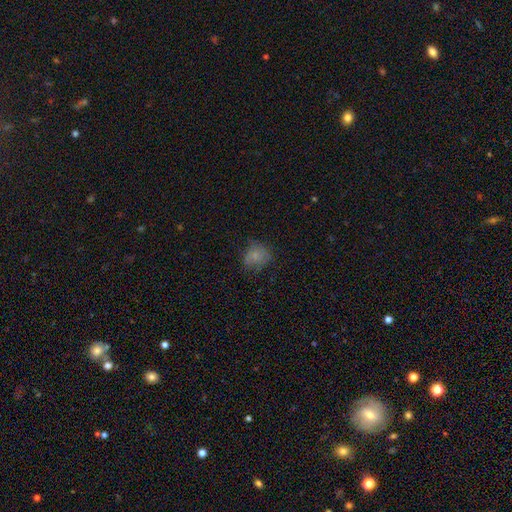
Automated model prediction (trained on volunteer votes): Smooth or featured? smooth (70%)
How rounded? round (71%)
Merging? none (58%)